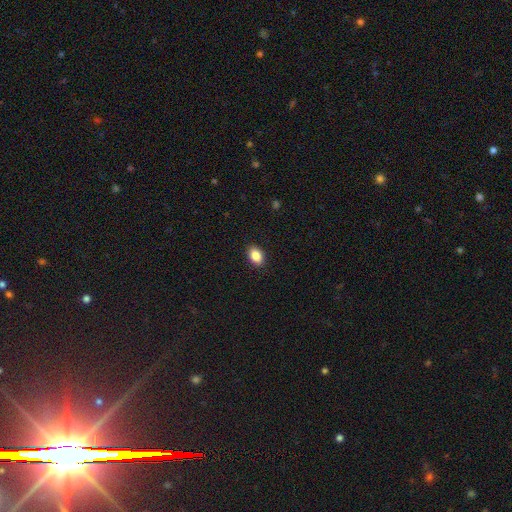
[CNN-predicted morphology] smooth_or_featured: smooth (p=0.88) [alt: star or artifact p=0.08]
how_rounded: in between (p=0.85) [alt: round p=0.13]
merging: none (p=0.90) [alt: minor disturbance p=0.07]